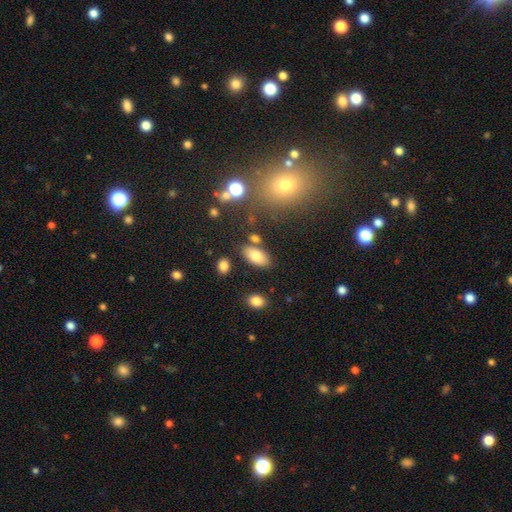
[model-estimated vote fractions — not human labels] A smooth galaxy with no disk features (80%) that is in between round and cigar-shaped (93%).

Vote fractions:
- Smooth or featured? smooth: 80% / featured or disk: 12% / star or artifact: 9%
- How rounded? in between: 93% / cigar-shaped: 4% / round: 4%
- Merging? none: 77% / minor disturbance: 12% / merger: 7% / major disturbance: 3%